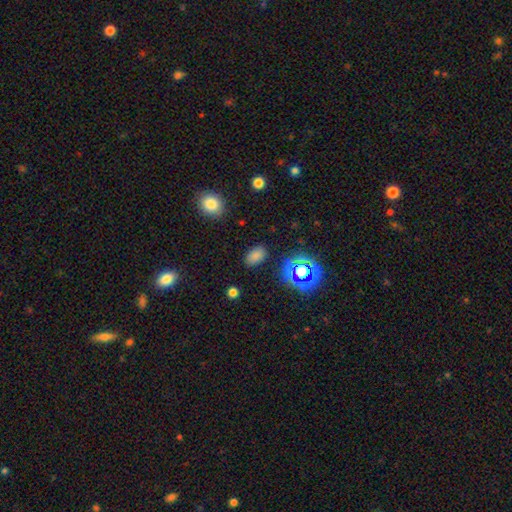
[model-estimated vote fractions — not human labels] Morphology: type=smooth (76%); roundness=in between (88%); merging=none (84%).